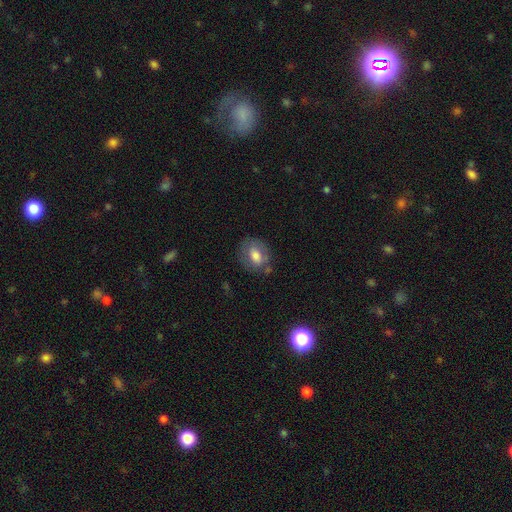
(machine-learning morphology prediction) Smooth or featured: smooth — 63% (featured or disk — 29%)
How rounded: in between — 62% (round — 36%)
Merging: none — 69% (minor disturbance — 20%)